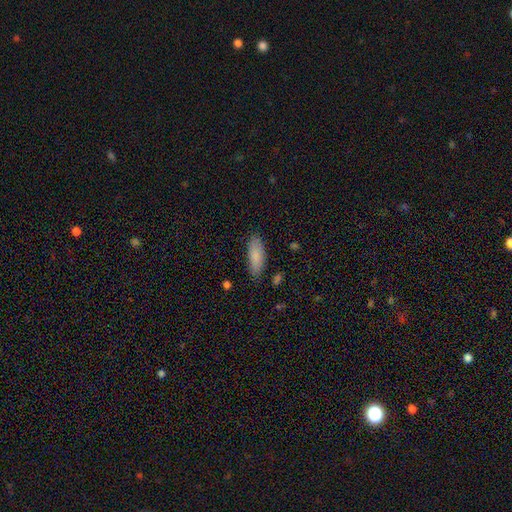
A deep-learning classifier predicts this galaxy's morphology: smooth-or-featured: smooth: 85% | featured or disk: 8% | star or artifact: 6%
  how-rounded: in between: 71% | cigar-shaped: 27% | round: 2%
  merging: none: 82% | minor disturbance: 14% | major disturbance: 3% | merger: 2%